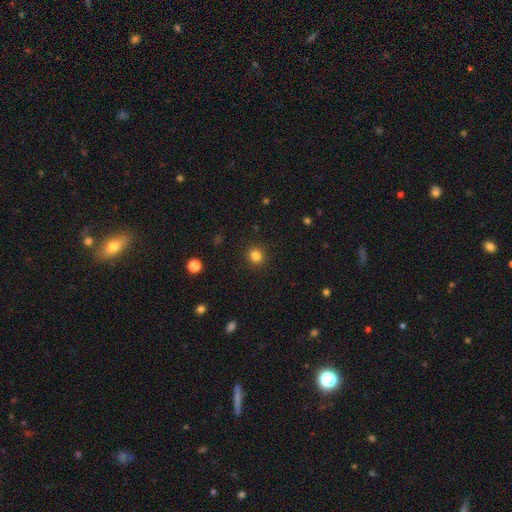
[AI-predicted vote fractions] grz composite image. It shows a smooth galaxy with no disk features (83%) that is round (88%). Merging: none (92%).